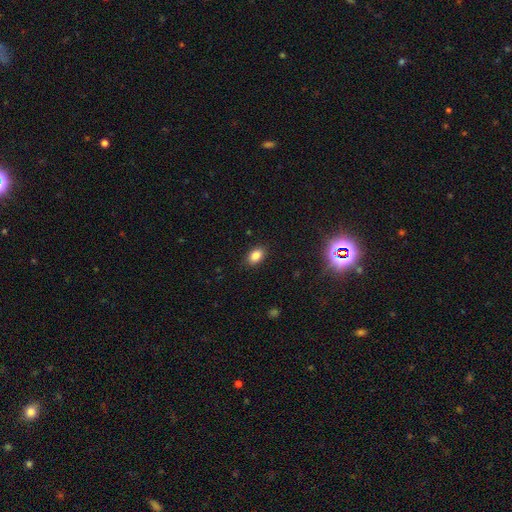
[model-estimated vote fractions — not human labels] The model was most divided on "how rounded": in between: 82%, round: 16%, cigar-shaped: 1%. More confident: merging — none (88%); smooth or featured — smooth (83%).